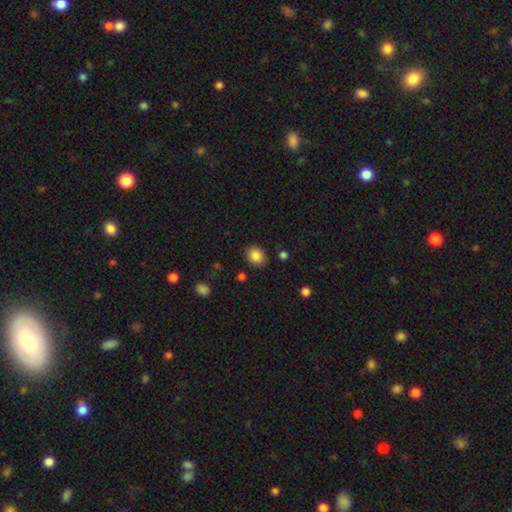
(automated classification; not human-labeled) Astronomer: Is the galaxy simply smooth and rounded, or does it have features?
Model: smooth — 86%.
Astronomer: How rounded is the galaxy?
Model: round — 65%.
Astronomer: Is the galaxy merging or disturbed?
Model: none — 86%.